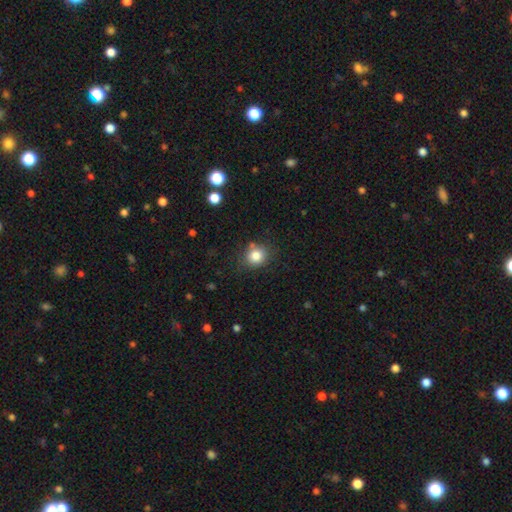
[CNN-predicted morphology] Q: Smooth or featured?
A: smooth (82%); runner-up: star or artifact (11%)
Q: How rounded?
A: round (77%); runner-up: in between (22%)
Q: Merging?
A: none (76%); runner-up: minor disturbance (14%)